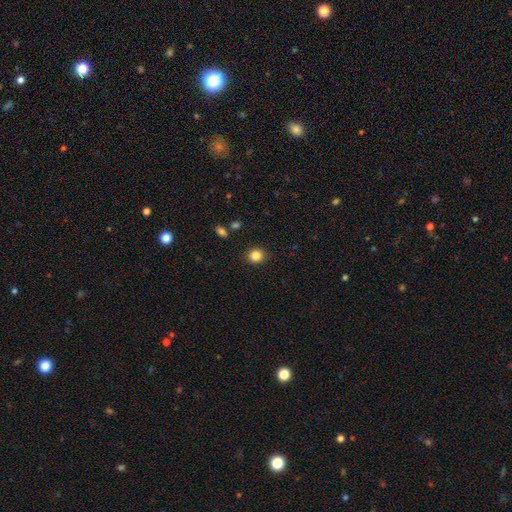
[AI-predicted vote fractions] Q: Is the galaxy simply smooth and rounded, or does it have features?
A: smooth — 84%.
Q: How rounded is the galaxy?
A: round — 80%.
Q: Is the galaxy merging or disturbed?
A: none — 90%.